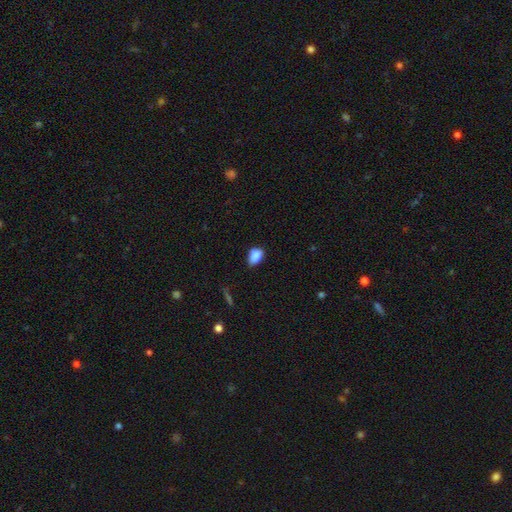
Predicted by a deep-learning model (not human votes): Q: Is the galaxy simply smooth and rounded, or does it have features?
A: smooth — 86%.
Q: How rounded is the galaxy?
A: in between — 84%.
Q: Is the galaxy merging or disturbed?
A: none — 58%.